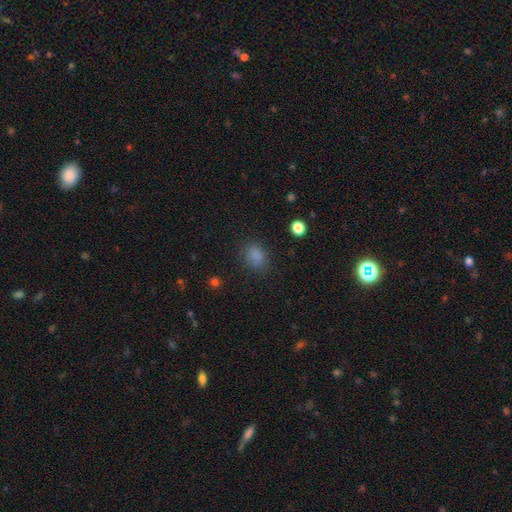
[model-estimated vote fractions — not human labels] smooth-or-featured: smooth: 83% | star or artifact: 13% | featured or disk: 4%
  how-rounded: in between: 54% | round: 45% | cigar-shaped: 1%
  merging: none: 84% | minor disturbance: 11% | major disturbance: 4% | merger: 1%